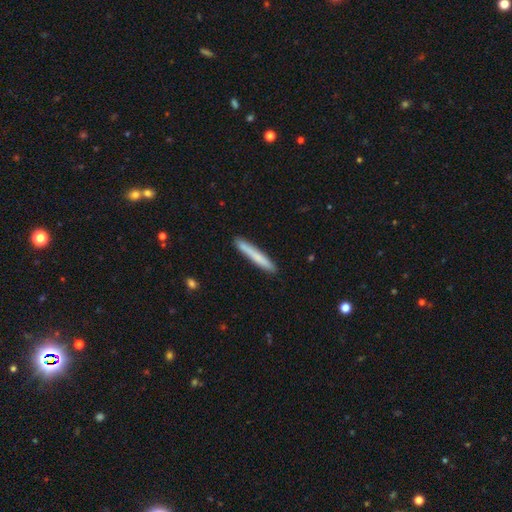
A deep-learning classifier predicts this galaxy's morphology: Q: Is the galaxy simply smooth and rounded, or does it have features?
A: smooth — 73%.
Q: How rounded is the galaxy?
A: cigar-shaped — 96%.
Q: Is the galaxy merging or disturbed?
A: none — 89%.